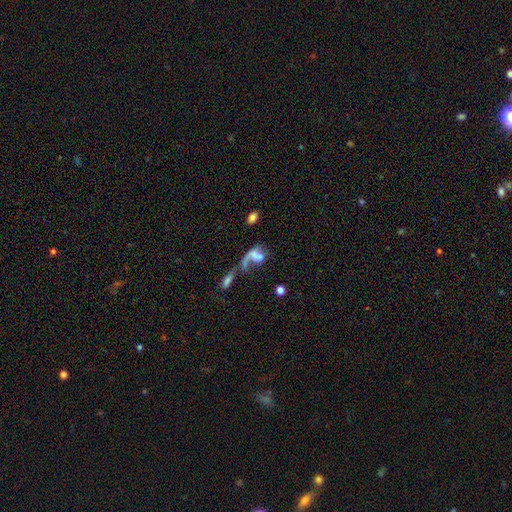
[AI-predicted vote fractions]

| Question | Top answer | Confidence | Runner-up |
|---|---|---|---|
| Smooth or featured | smooth | 44% | featured or disk (42%) |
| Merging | merger | 48% | major disturbance (28%) |